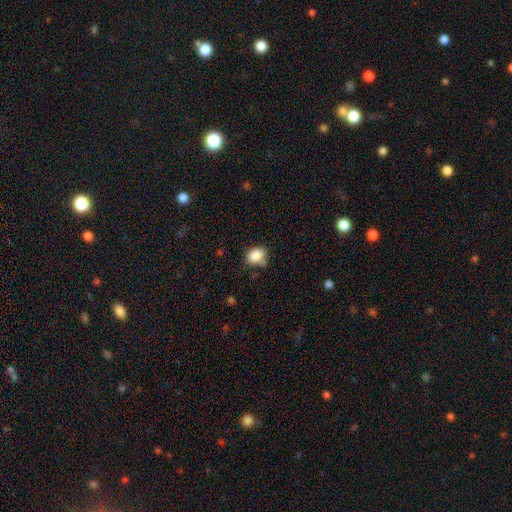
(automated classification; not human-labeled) smooth_or_featured: smooth (p=0.86) [alt: star or artifact p=0.09]
how_rounded: in between (p=0.52) [alt: round p=0.47]
merging: none (p=0.64) [alt: minor disturbance p=0.24]